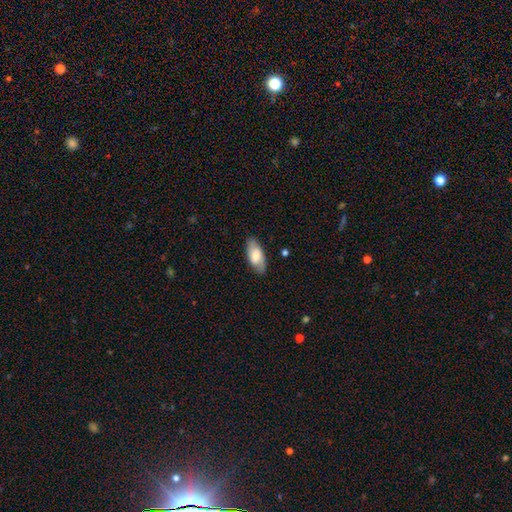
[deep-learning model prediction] Smooth or featured? Predicted: smooth (p=0.67). How rounded? Predicted: in between (p=0.88). Merging? Predicted: none (p=0.83).